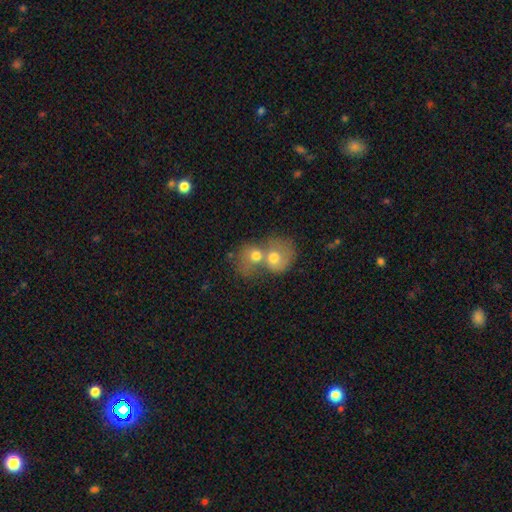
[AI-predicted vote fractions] Smooth or featured: smooth — 65% (featured or disk — 26%)
How rounded: round — 67% (in between — 32%)
Merging: merger — 77% (none — 14%)